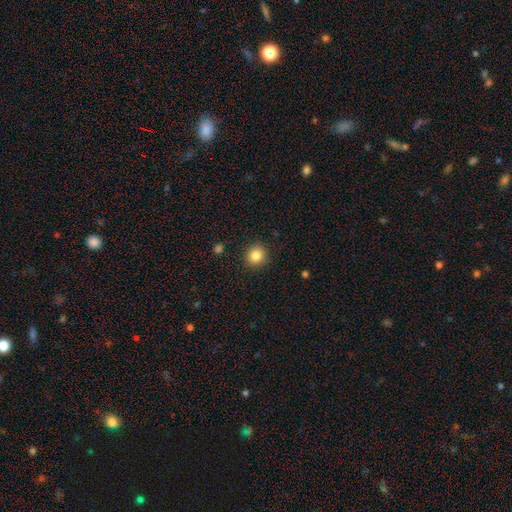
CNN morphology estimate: This is clearly a smooth galaxy (84%). How rounded: clearly round (88%). Merging: clearly none (90%).